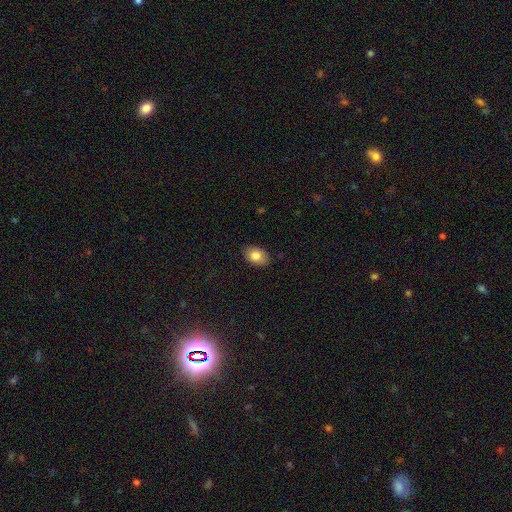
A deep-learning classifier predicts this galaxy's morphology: smooth-or-featured: smooth: 83% | featured or disk: 9% | star or artifact: 8%
  how-rounded: in between: 86% | round: 13% | cigar-shaped: 1%
  merging: none: 87% | minor disturbance: 10% | major disturbance: 2% | merger: 1%